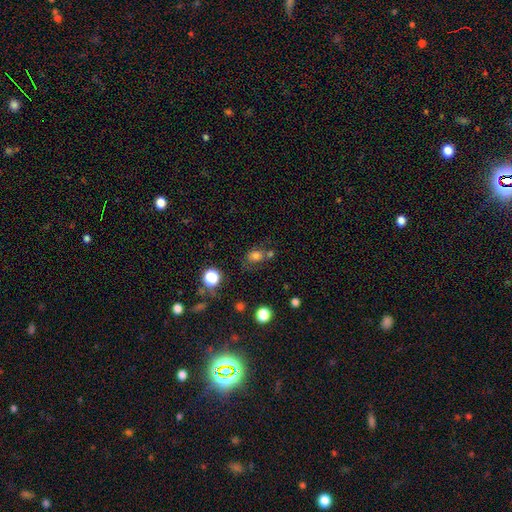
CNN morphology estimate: smooth 72%, star or artifact 18%, featured or disk 11%. Down the decision tree: how rounded — in between (53%); merging — none (53%).